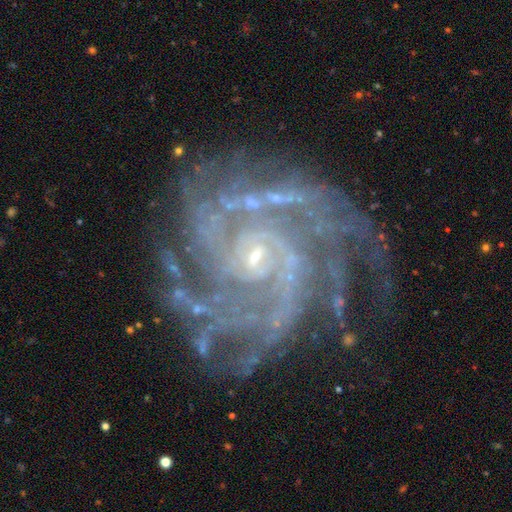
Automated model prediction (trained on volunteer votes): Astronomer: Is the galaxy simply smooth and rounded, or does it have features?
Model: featured or disk — 92%.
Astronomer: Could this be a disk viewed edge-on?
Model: no — 98%.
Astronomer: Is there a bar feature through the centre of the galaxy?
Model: no — 65%.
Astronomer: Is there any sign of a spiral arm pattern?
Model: yes — 98%.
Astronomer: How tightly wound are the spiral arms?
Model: tight — 62%.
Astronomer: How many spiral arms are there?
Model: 4 — 22% (runner-up: 3, 19%).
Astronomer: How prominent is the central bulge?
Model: small — 84%.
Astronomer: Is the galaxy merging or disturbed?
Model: none — 71%.